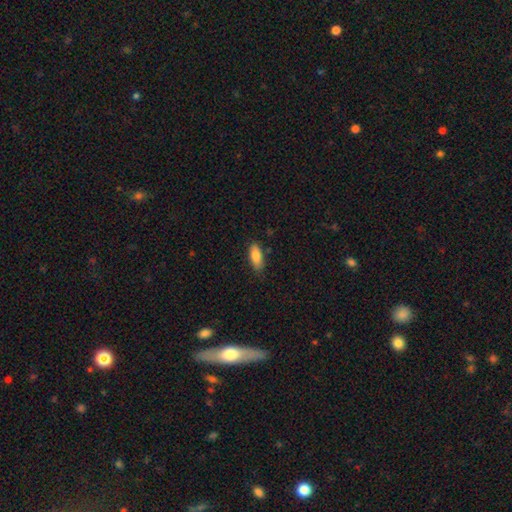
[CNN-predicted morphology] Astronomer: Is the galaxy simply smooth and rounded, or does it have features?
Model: smooth — 81%.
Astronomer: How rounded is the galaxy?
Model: in between — 76%.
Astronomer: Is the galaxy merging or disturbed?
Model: none — 83%.